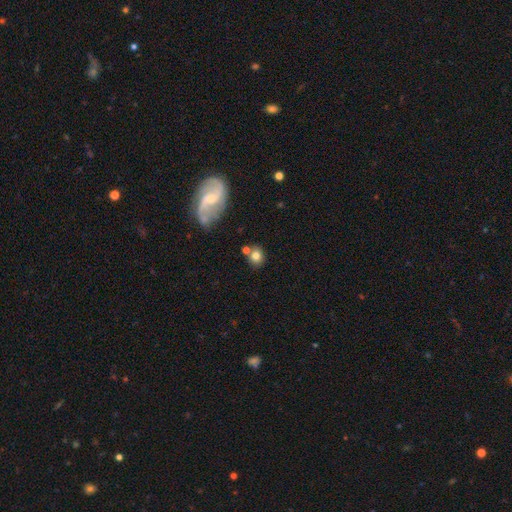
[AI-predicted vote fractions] Q: Smooth or featured?
A: smooth (76%); runner-up: featured or disk (14%)
Q: How rounded?
A: round (72%); runner-up: in between (26%)
Q: Merging?
A: none (68%); runner-up: merger (16%)